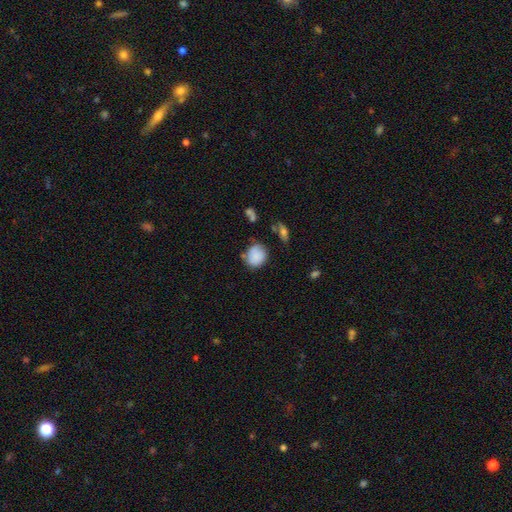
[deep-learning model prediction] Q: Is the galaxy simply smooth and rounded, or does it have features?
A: smooth — 84%.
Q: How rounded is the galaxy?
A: round — 68%.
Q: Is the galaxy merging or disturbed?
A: none — 66%.